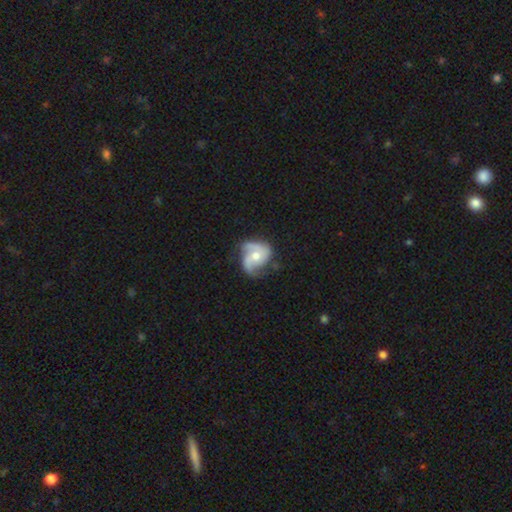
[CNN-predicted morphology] Smooth or featured?
  - featured or disk: 81% *
  - smooth: 14%
  - star or artifact: 5%
Edge-on disk?
  - no: 98% *
  - yes: 2%
Bar?
  - no: 71% *
  - weak: 24%
  - strong: 5%
Spiral arms?
  - yes: 95% *
  - no: 5%
Spiral winding?
  - medium: 47% *
  - tight: 30%
  - loose: 23%
Spiral arm count?
  - 2: 52% *
  - 3: 29%
  - can't tell: 8%
  - 1: 7%
  - 4: 3%
  - more than 4: 2%
Bulge size?
  - moderate: 64% *
  - small: 31%
  - large: 3%
  - none: 1%
  - dominant: 1%
Merging?
  - none: 56% *
  - minor disturbance: 27%
  - major disturbance: 15%
  - merger: 2%